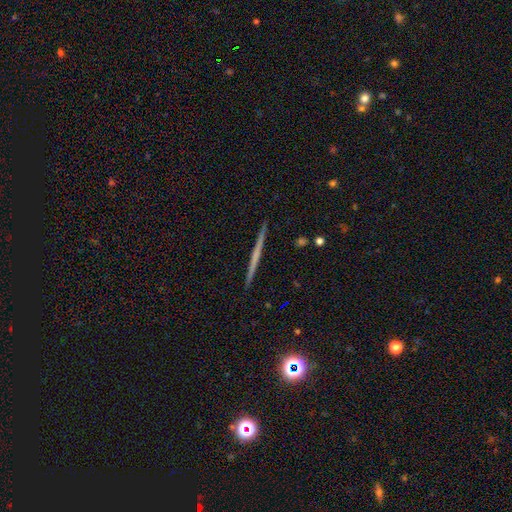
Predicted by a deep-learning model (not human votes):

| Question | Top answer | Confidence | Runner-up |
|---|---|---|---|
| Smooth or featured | featured or disk | 59% | smooth (33%) |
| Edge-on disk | yes | 98% | no (2%) |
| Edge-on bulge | none | 83% | rounded (13%) |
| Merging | none | 93% | minor disturbance (5%) |